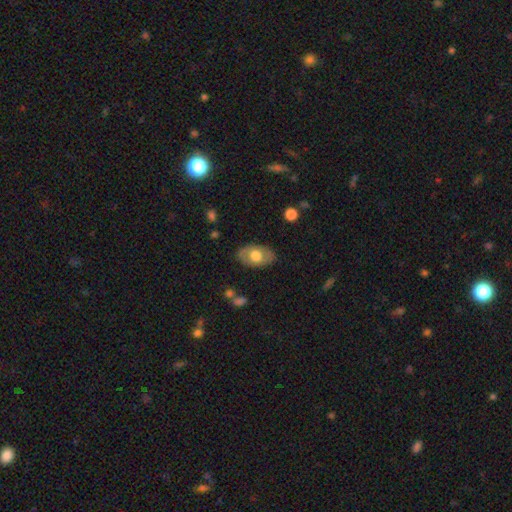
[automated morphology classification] type=smooth (59%); roundness=in between (90%); merging=none (81%).